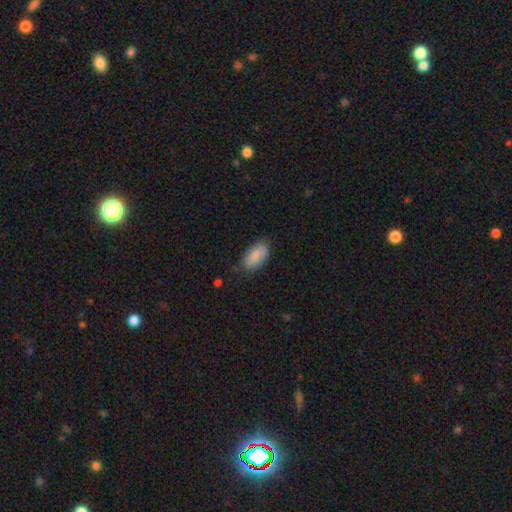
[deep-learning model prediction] smooth 75%, featured or disk 18%, star or artifact 7%. Down the decision tree: how rounded — in between (93%); merging — none (74%).